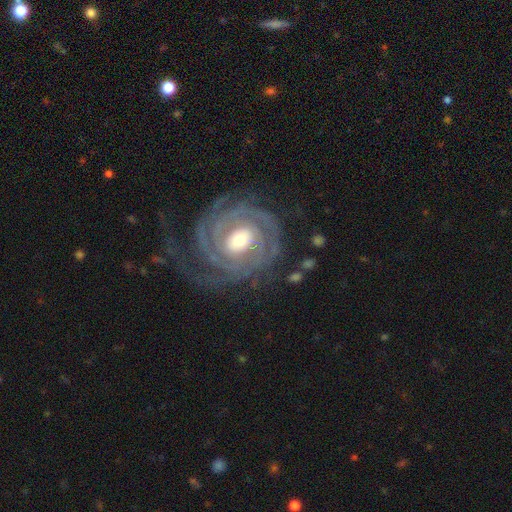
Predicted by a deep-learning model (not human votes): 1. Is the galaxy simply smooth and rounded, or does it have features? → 86% featured or disk, 7% star or artifact, 7% smooth.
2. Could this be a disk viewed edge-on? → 97% no, 3% yes.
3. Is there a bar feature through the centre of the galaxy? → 41% weak, 34% no, 25% strong.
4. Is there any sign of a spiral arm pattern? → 95% yes, 5% no.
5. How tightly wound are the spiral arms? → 77% tight, 19% medium, 4% loose.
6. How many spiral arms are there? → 29% 2, 25% can't tell, 22% 3, 10% 4, 7% 1, 7% more than 4.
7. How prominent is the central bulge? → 70% moderate, 17% small, 11% large, 1% dominant, 1% none.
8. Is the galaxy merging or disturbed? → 72% none, 16% minor disturbance, 10% major disturbance, 2% merger.